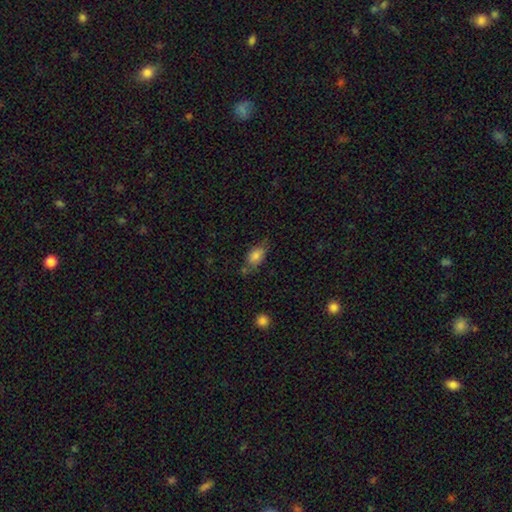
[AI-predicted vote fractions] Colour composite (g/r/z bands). It shows a smooth galaxy with no disk features (81%) that is in between round and cigar-shaped (87%). Merging: none (57%).